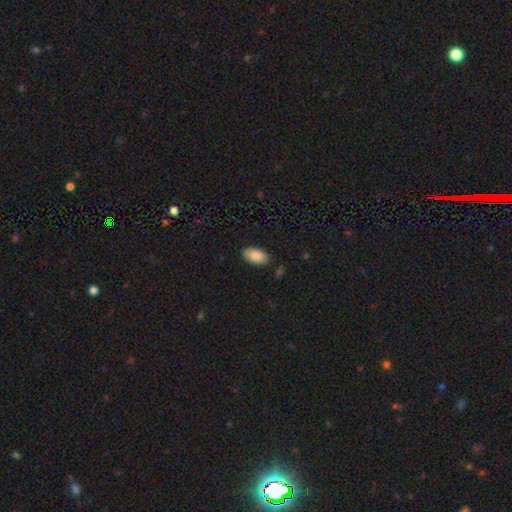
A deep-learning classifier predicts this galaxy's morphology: Smooth or featured: smooth — 87% (star or artifact — 7%)
How rounded: in between — 95% (round — 3%)
Merging: none — 85% (minor disturbance — 11%)